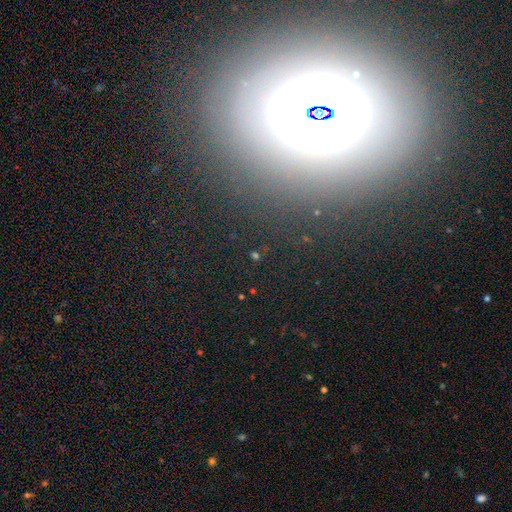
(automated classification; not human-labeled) Smooth or featured? star or artifact (58%)